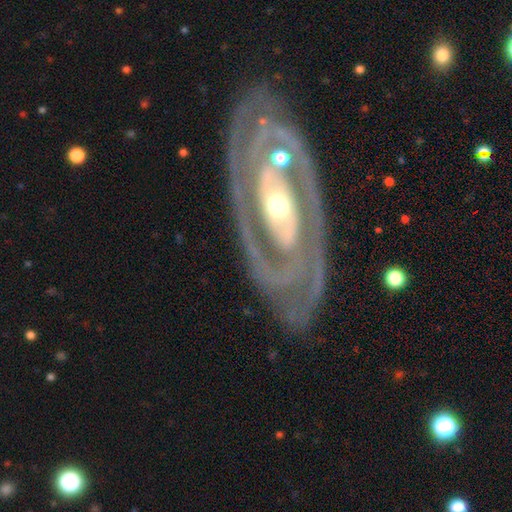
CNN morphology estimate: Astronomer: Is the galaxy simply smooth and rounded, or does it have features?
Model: featured or disk — 90%.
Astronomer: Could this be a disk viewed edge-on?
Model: no — 93%.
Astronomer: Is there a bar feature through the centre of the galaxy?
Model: no — 52%.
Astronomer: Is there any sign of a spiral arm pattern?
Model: yes — 95%.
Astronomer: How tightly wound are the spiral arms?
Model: tight — 74%.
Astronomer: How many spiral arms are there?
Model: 2 — 61%.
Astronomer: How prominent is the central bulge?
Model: moderate — 52% (runner-up: small, 41%).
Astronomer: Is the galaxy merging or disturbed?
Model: none — 80%.